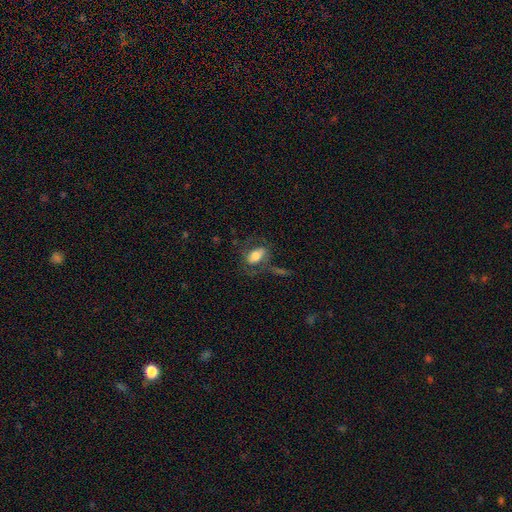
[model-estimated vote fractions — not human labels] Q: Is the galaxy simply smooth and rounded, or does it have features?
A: smooth — 59%.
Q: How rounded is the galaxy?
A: in between — 86%.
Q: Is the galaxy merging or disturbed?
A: none — 50%.